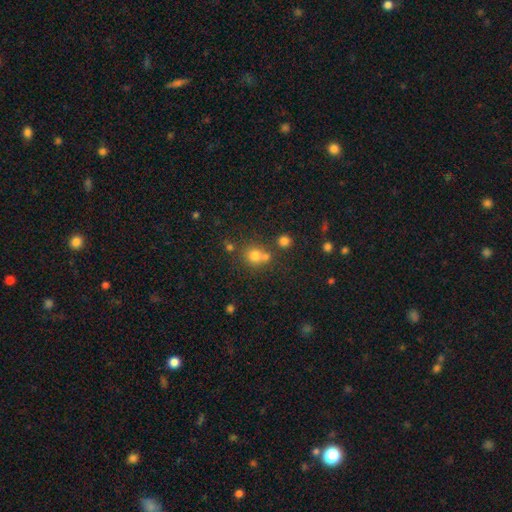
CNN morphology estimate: This appears to be a smooth galaxy with no disk features (73%) that is round (86%). Merging: none (54%).